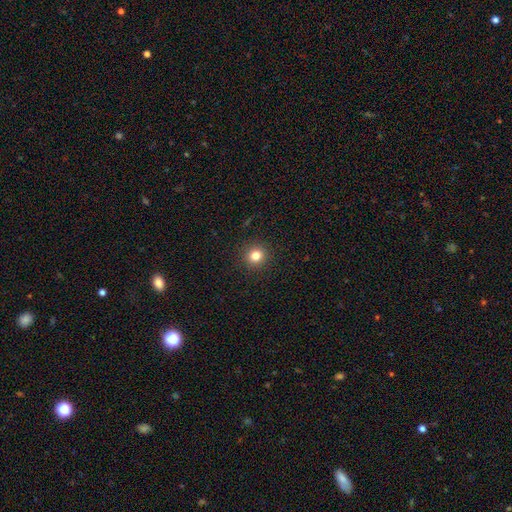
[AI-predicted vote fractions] Smooth or featured?
  - smooth: 82% *
  - star or artifact: 12%
  - featured or disk: 6%
How rounded?
  - round: 93% *
  - in between: 6%
  - cigar-shaped: 1%
Merging?
  - none: 92% *
  - minor disturbance: 5%
  - major disturbance: 2%
  - merger: 1%